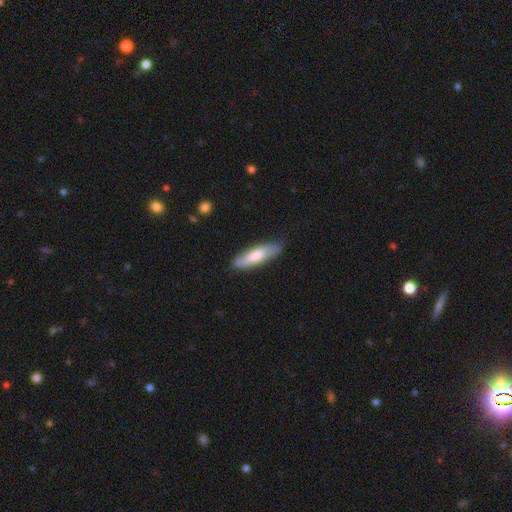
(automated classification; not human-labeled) Smooth or featured?
  - smooth: 64% *
  - featured or disk: 31%
  - star or artifact: 5%
How rounded?
  - cigar-shaped: 56% *
  - in between: 42%
  - round: 2%
Merging?
  - none: 79% *
  - minor disturbance: 17%
  - major disturbance: 3%
  - merger: 1%